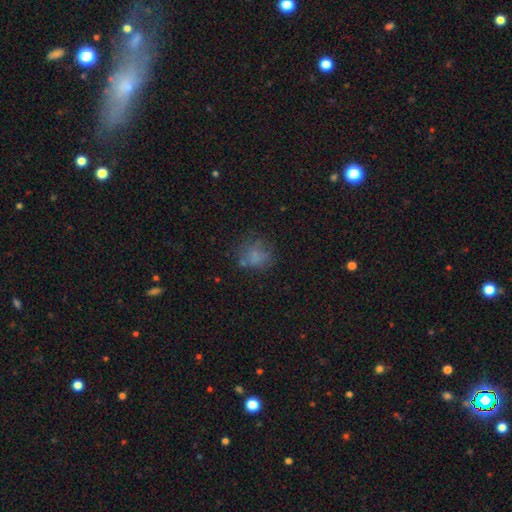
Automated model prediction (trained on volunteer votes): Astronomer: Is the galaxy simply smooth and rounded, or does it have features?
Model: smooth — 61%.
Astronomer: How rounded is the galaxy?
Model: round — 67%.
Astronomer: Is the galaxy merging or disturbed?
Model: none — 56%.